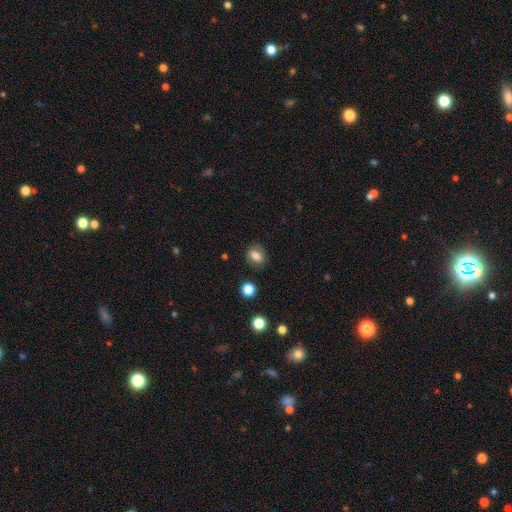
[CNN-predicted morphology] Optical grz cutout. It shows a smooth galaxy with no disk features (78%) that is in between round and cigar-shaped (59%). Merging: none (81%).